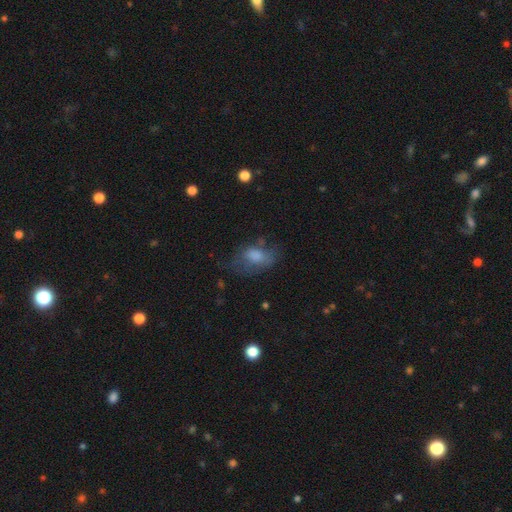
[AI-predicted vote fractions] smooth-or-featured: smooth: 59% | featured or disk: 27% | star or artifact: 14%
  how-rounded: in between: 83% | round: 15% | cigar-shaped: 3%
  merging: none: 47% | minor disturbance: 26% | major disturbance: 24% | merger: 3%